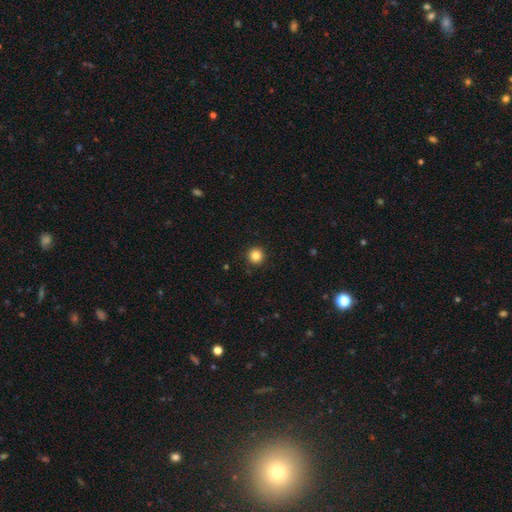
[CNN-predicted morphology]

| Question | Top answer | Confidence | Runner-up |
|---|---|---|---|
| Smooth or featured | smooth | 84% | star or artifact (11%) |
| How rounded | round | 96% | in between (3%) |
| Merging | none | 92% | minor disturbance (5%) |